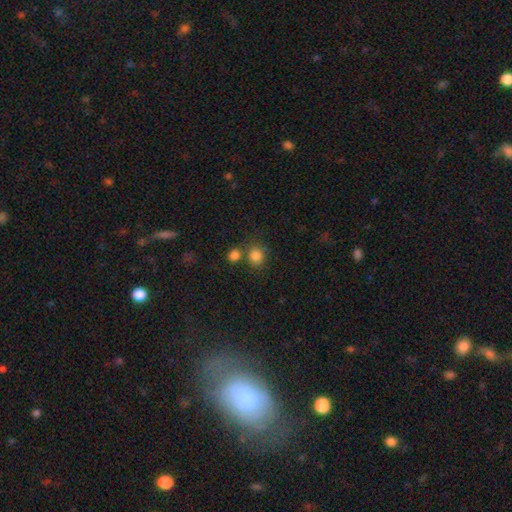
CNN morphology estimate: Smooth or featured: smooth — 83% (star or artifact — 11%)
How rounded: round — 82% (in between — 17%)
Merging: none — 62% (merger — 24%)